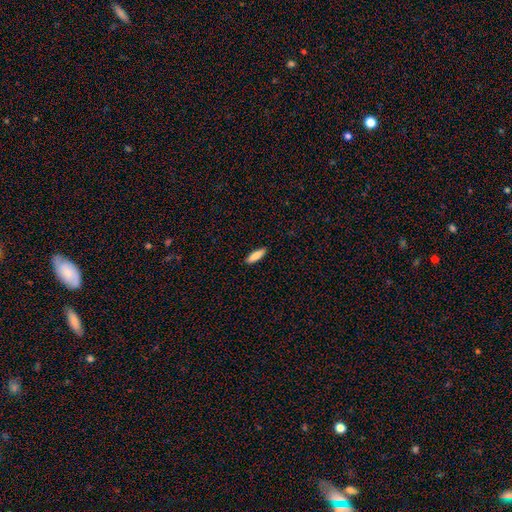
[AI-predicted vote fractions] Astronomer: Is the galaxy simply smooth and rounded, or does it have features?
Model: smooth — 86%.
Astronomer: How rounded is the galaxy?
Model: cigar-shaped — 56% (runner-up: in between, 42%).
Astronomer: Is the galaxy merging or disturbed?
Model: none — 89%.